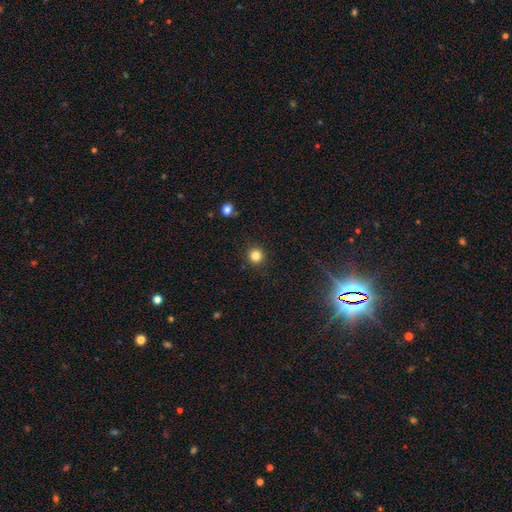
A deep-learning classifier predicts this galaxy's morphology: This appears to be a smooth galaxy with no disk features (83%) that is round (94%). Merging: none (91%).